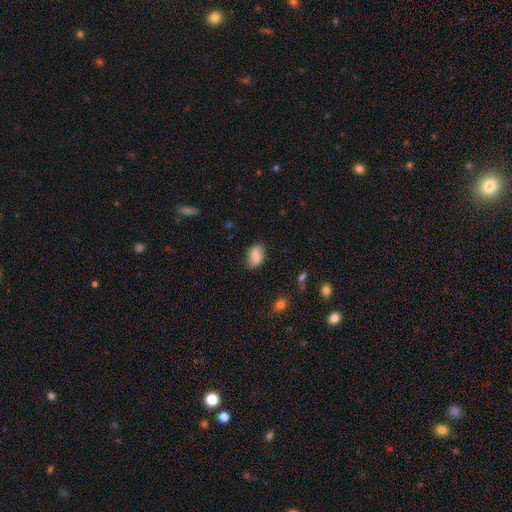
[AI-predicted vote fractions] Smooth or featured? Predicted: smooth (p=0.69). How rounded? Predicted: in between (p=0.87). Merging? Predicted: none (p=0.77).